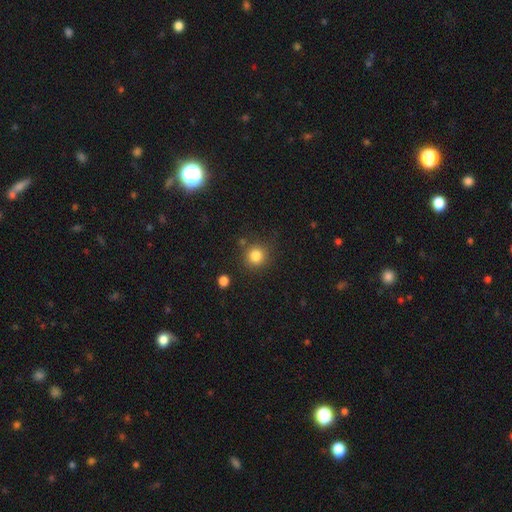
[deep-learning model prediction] Smooth or featured? smooth (82%)
How rounded? round (90%)
Merging? none (81%)